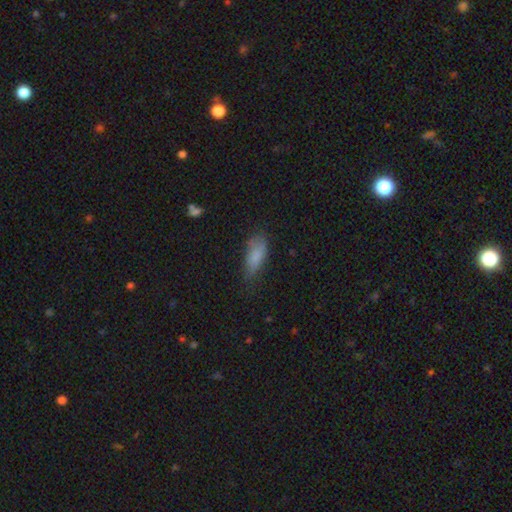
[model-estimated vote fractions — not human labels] smooth_or_featured: smooth (p=0.80) [alt: featured or disk p=0.11]
how_rounded: in between (p=0.75) [alt: cigar-shaped p=0.22]
merging: none (p=0.51) [alt: minor disturbance p=0.34]